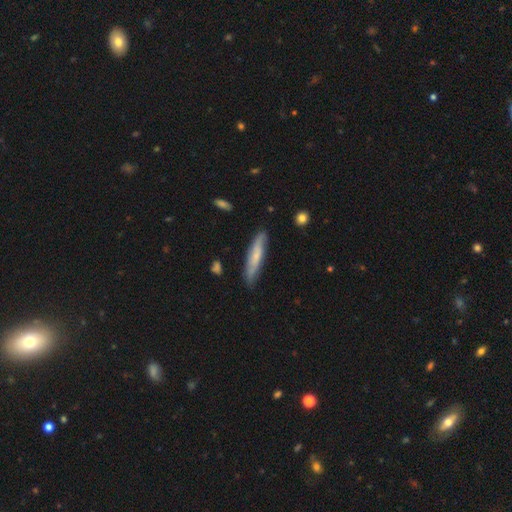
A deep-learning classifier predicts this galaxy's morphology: type=smooth (57%); roundness=cigar-shaped (85%); merging=none (80%).